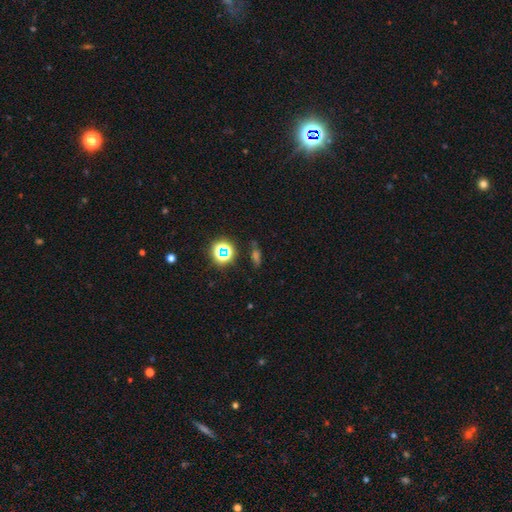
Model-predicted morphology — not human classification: smooth_or_featured: star or artifact (p=0.49) [alt: smooth p=0.37]